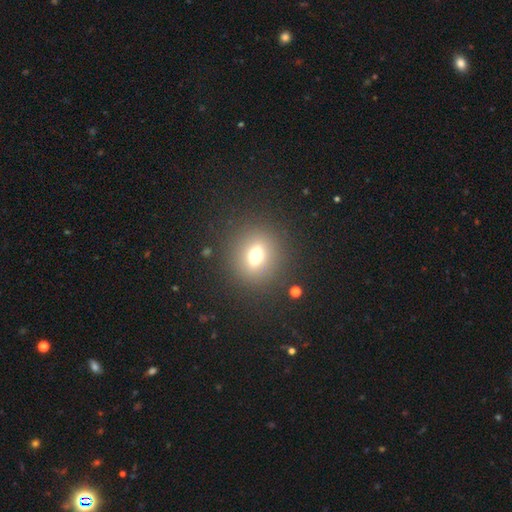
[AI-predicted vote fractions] This is likely a smooth galaxy (68%). How rounded: likely round (65%). Merging: clearly none (86%).